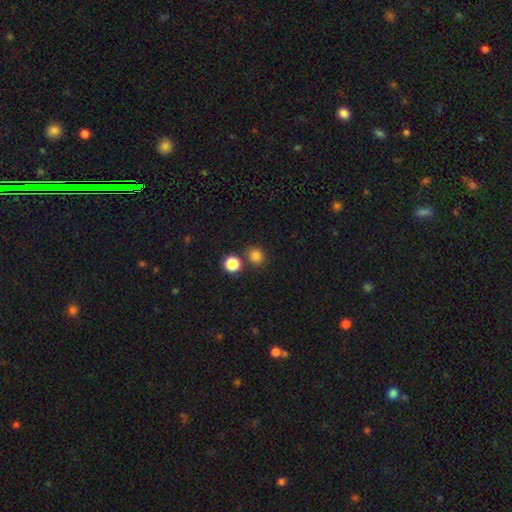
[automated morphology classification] smooth-or-featured: smooth: 82% | star or artifact: 14% | featured or disk: 4%
  how-rounded: round: 84% | in between: 16% | cigar-shaped: 1%
  merging: none: 78% | merger: 12% | minor disturbance: 8% | major disturbance: 3%